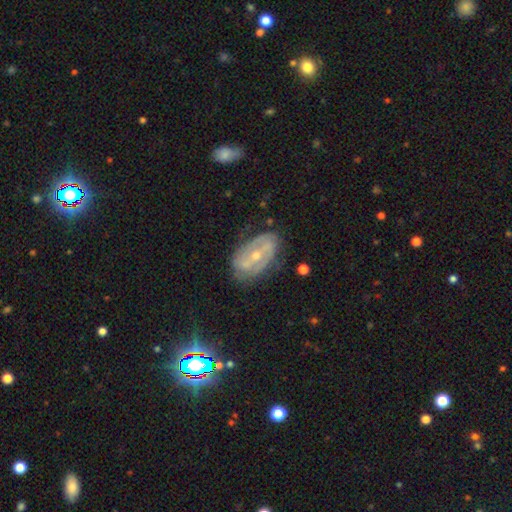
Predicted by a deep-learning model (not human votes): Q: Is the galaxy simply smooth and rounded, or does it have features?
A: featured or disk — 78%.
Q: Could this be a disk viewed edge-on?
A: no — 94%.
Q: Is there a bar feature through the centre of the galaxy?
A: weak — 36%.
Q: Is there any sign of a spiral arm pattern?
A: yes — 78%.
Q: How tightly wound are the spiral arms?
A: tight — 47%.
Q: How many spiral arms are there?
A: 2 — 60%.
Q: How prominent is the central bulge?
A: small — 54%.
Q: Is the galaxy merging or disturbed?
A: none — 71%.